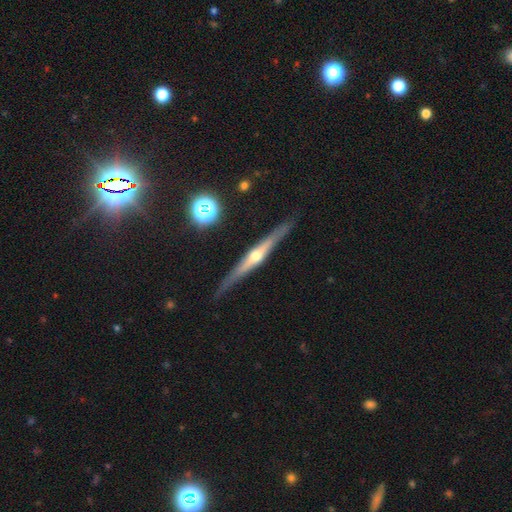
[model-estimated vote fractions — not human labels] This is likely a featured or disk galaxy (79%). It is clearly viewed edge-on (97%). Edge-on bulge: clearly rounded (90%). Merging: clearly none (86%).